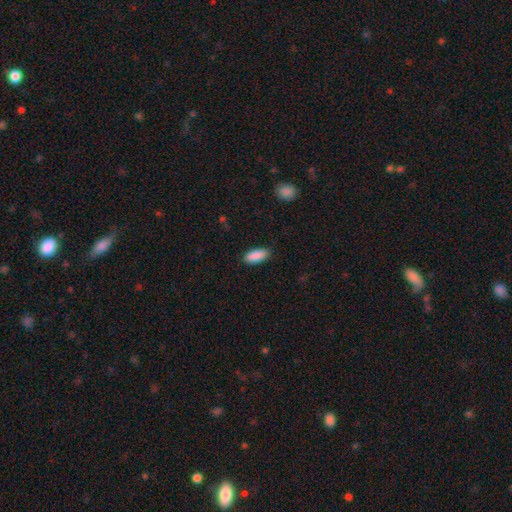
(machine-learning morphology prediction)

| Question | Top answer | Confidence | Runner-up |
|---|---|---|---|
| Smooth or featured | smooth | 90% | star or artifact (6%) |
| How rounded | in between | 88% | cigar-shaped (10%) |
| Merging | none | 88% | minor disturbance (9%) |